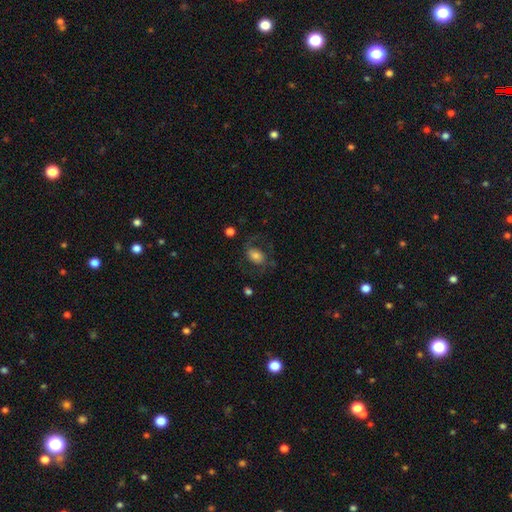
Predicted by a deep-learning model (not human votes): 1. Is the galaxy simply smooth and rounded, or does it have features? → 62% smooth, 29% featured or disk, 9% star or artifact.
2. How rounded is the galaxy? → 75% in between, 23% round, 1% cigar-shaped.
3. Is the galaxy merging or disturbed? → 59% none, 20% major disturbance, 19% minor disturbance, 2% merger.